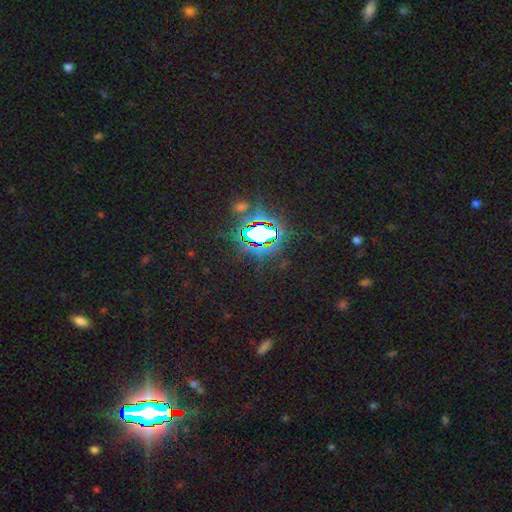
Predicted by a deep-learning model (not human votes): The model was most divided on "smooth or featured": star or artifact: 80%, smooth: 12%, featured or disk: 8%.